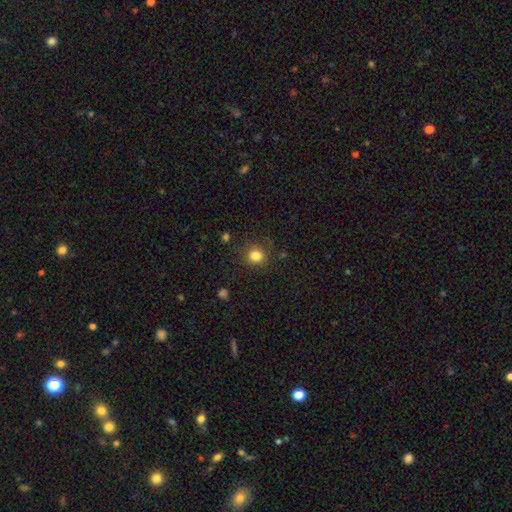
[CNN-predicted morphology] smooth 83%, star or artifact 13%, featured or disk 5%. Down the decision tree: how rounded — round (90%); merging — none (86%).